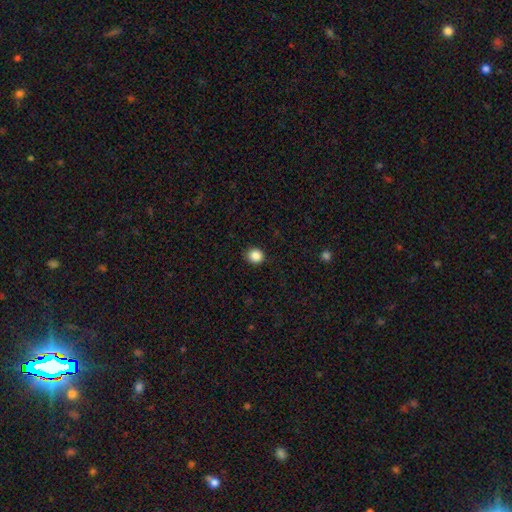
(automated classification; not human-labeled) This appears to be a smooth galaxy with no disk features (87%) that is round (88%). Merging: none (90%).